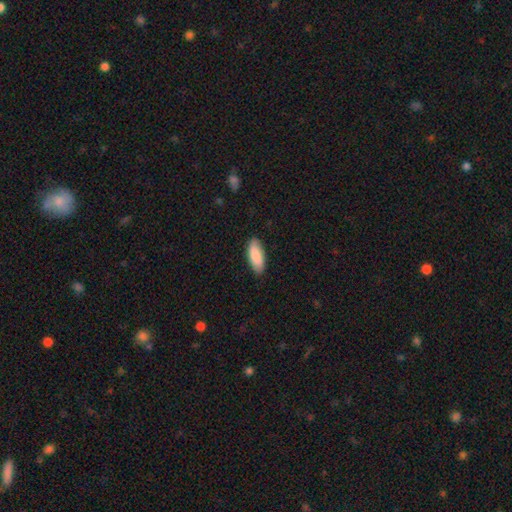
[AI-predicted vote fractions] Smooth or featured? Predicted: smooth (p=0.87). How rounded? Predicted: in between (p=0.76). Merging? Predicted: none (p=0.85).